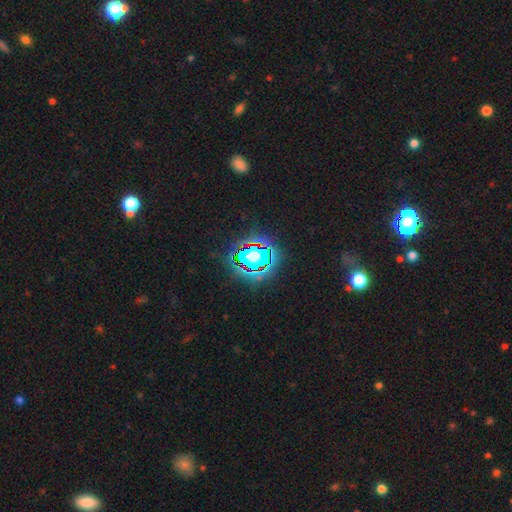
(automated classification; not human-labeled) Q: Smooth or featured?
A: star or artifact (81%); runner-up: smooth (12%)